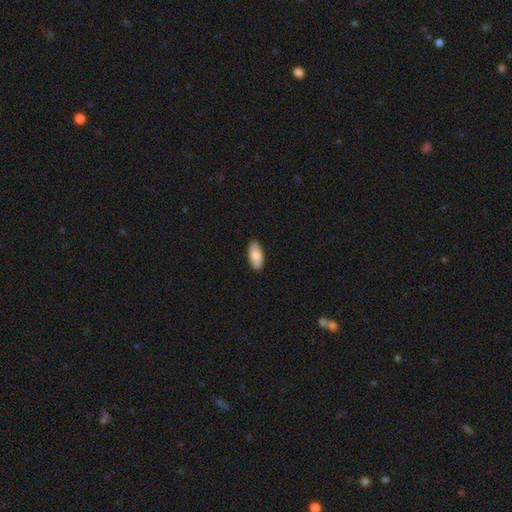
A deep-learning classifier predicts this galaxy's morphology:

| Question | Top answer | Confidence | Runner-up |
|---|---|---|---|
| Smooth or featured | smooth | 81% | featured or disk (14%) |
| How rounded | in between | 89% | cigar-shaped (9%) |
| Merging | none | 89% | minor disturbance (9%) |